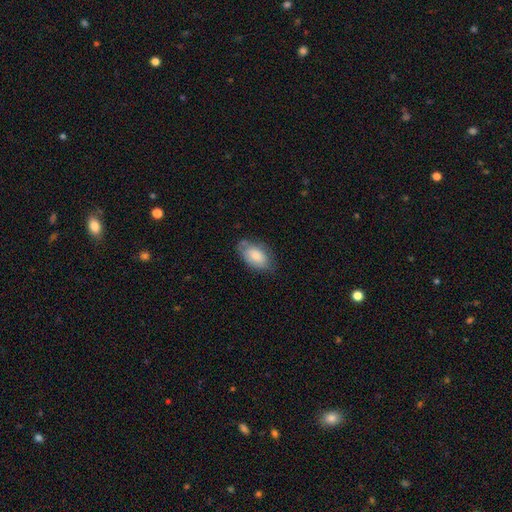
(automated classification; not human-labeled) This appears to be a smooth galaxy with no disk features (76%) that is in between round and cigar-shaped (93%). Merging: none (64%).